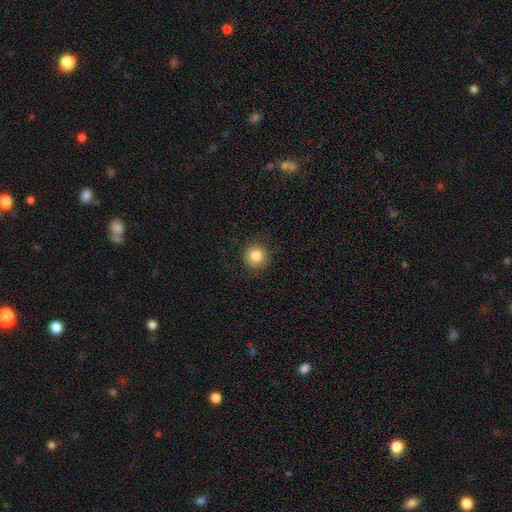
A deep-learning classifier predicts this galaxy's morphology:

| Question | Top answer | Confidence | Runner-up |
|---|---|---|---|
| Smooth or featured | smooth | 83% | star or artifact (10%) |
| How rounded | round | 93% | in between (6%) |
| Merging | none | 89% | minor disturbance (8%) |